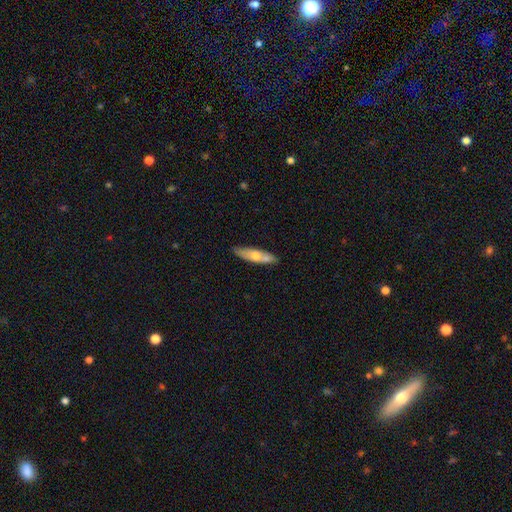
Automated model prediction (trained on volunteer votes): smooth-or-featured: smooth: 55% | featured or disk: 40% | star or artifact: 6%
  how-rounded: cigar-shaped: 66% | in between: 32% | round: 2%
  merging: none: 70% | minor disturbance: 16% | merger: 10% | major disturbance: 3%